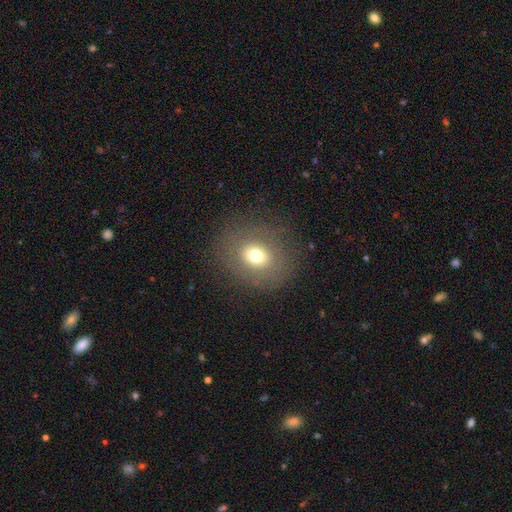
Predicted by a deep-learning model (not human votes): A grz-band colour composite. It shows a smooth galaxy with no disk features (69%) that is round (62%). Merging: none (83%).